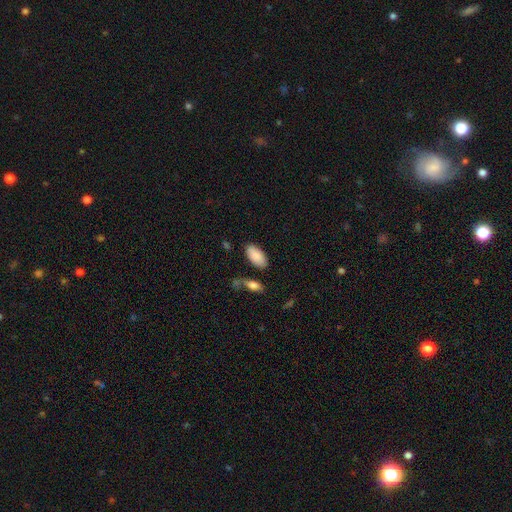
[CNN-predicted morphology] Smooth or featured: smooth — 88% (star or artifact — 6%)
How rounded: in between — 94% (cigar-shaped — 4%)
Merging: none — 80% (minor disturbance — 12%)